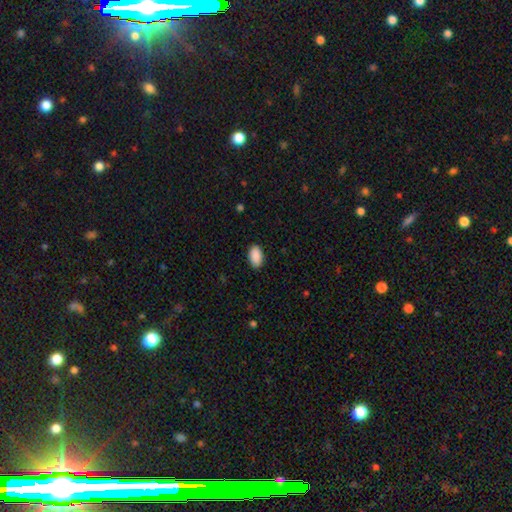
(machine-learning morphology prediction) A smooth galaxy with no disk features (91%) that is in between round and cigar-shaped (95%).

Vote fractions:
- Smooth or featured? smooth: 91% / star or artifact: 7% / featured or disk: 2%
- How rounded? in between: 95% / round: 4% / cigar-shaped: 2%
- Merging? none: 89% / minor disturbance: 8% / major disturbance: 2% / merger: 1%